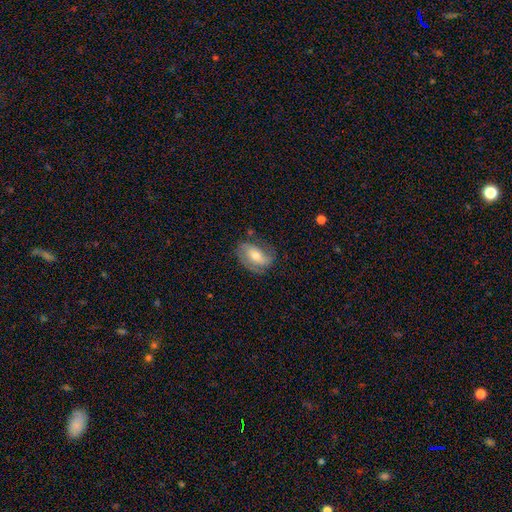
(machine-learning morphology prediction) smooth-or-featured: featured or disk: 55% | smooth: 38% | star or artifact: 7%
  disk-edge-on: no: 94% | yes: 6%
    bar: no: 43% | weak: 35% | strong: 23%
    has-spiral-arms: yes: 78% | no: 22%
    bulge-size: moderate: 67% | small: 24% | large: 7% | none: 1% | dominant: 1%
  merging: none: 65% | minor disturbance: 23% | major disturbance: 10% | merger: 2%